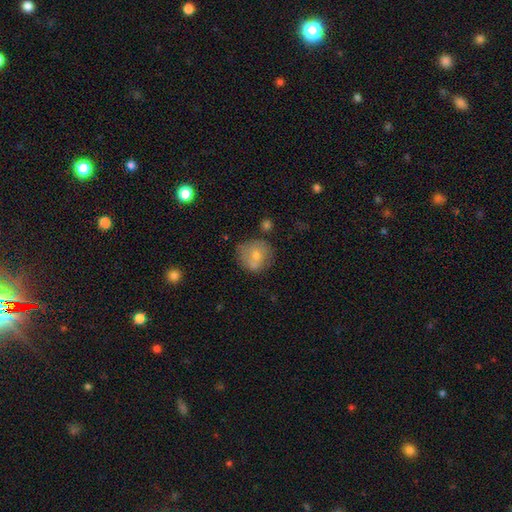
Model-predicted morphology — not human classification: smooth-or-featured: smooth: 65% | featured or disk: 24% | star or artifact: 11%
  how-rounded: round: 83% | in between: 16% | cigar-shaped: 1%
  merging: none: 54% | merger: 22% | minor disturbance: 18% | major disturbance: 6%